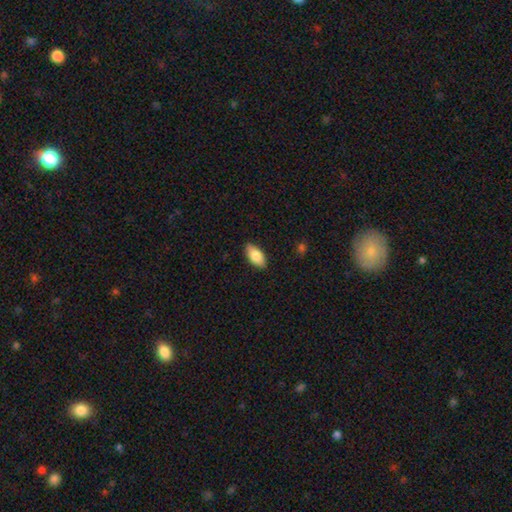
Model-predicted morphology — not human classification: Overall: smooth (84%). How rounded: in between (91%). Merging: none (87%).